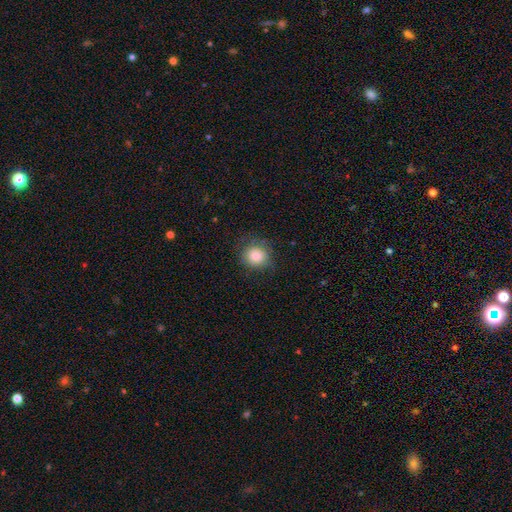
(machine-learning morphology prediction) This is clearly a smooth galaxy (83%). How rounded: clearly round (86%). Merging: likely none (79%).